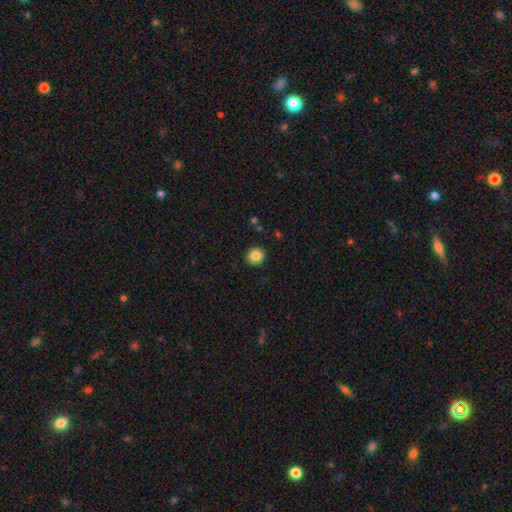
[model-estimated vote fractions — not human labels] Morphology: type=smooth (85%); roundness=round (93%); merging=none (92%).